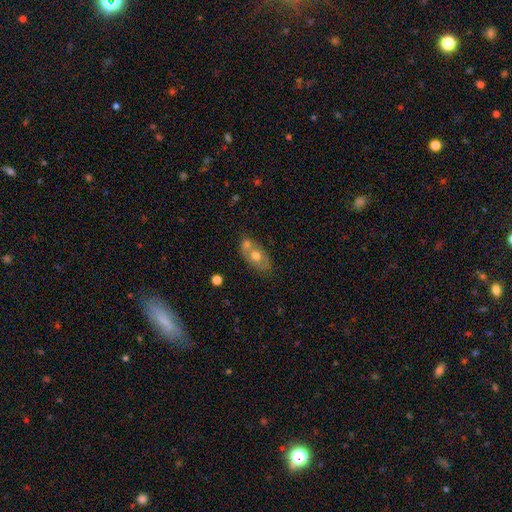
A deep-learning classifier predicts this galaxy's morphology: The model was most divided on "smooth or featured" (2-way tie): smooth: 46%, featured or disk: 46%, star or artifact: 9%. Remaining: merging — none (46%).